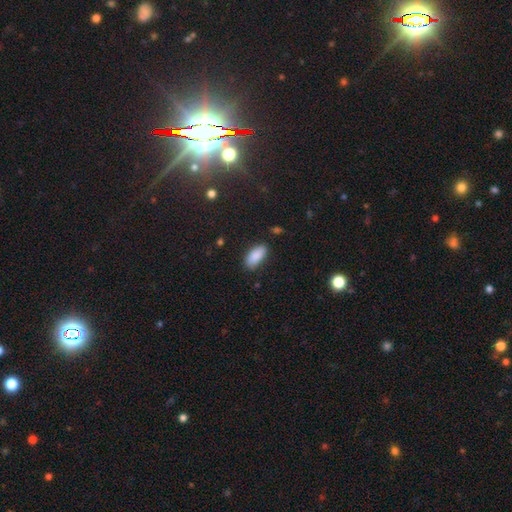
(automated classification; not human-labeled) Overall: smooth (88%). How rounded: in between (90%). Merging: none (84%).